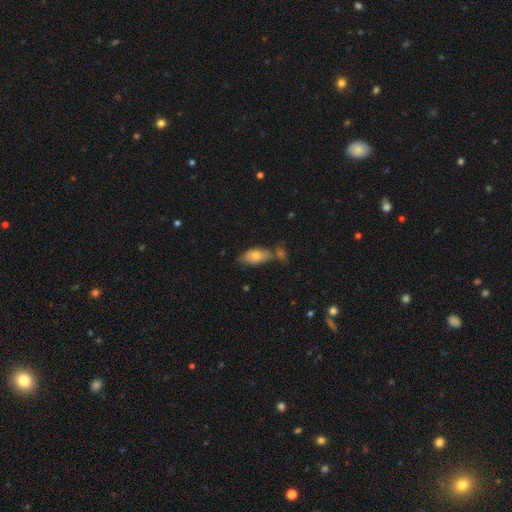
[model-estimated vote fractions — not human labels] A smooth galaxy with no disk features (74%) that is in between round and cigar-shaped (91%).

Vote fractions:
- Smooth or featured? smooth: 74% / featured or disk: 19% / star or artifact: 7%
- How rounded? in between: 91% / cigar-shaped: 5% / round: 4%
- Merging? none: 51% / merger: 22% / minor disturbance: 20% / major disturbance: 7%